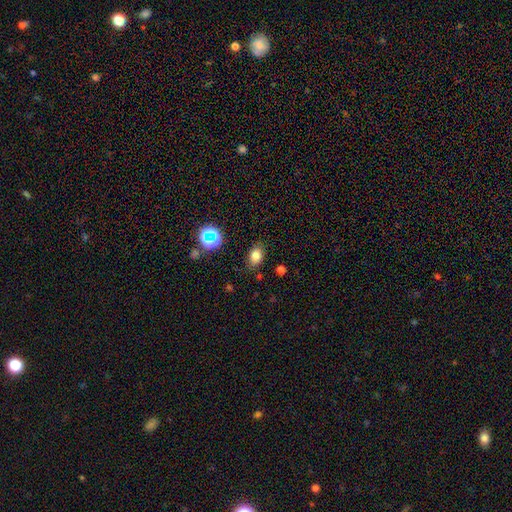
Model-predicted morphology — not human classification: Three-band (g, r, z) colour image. It shows a smooth galaxy with no disk features (78%) that is in between round and cigar-shaped (76%). Merging: none (81%).